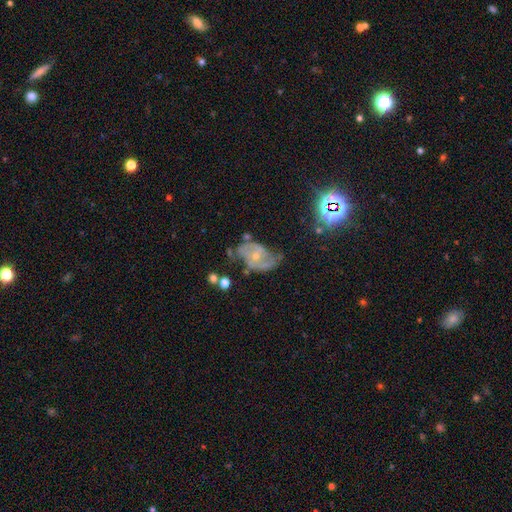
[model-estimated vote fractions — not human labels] Smooth or featured?
  - featured or disk: 75% *
  - smooth: 16%
  - star or artifact: 10%
Edge-on disk?
  - no: 96% *
  - yes: 4%
Bar?
  - no: 71% *
  - weak: 23%
  - strong: 6%
Spiral arms?
  - yes: 82% *
  - no: 18%
Spiral winding?
  - medium: 43% *
  - tight: 30%
  - loose: 27%
Spiral arm count?
  - 2: 64% *
  - can't tell: 21%
  - 1: 6%
  - 3: 5%
  - 4: 2%
  - more than 4: 2%
Bulge size?
  - small: 61% *
  - moderate: 35%
  - none: 2%
  - large: 1%
  - dominant: 1%
Merging?
  - none: 44% *
  - minor disturbance: 30%
  - major disturbance: 21%
  - merger: 5%